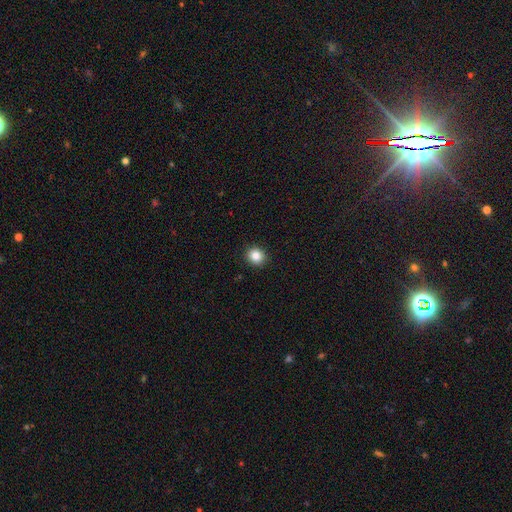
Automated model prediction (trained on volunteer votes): This is clearly a smooth galaxy (84%). How rounded: clearly round (88%). Merging: clearly none (93%).